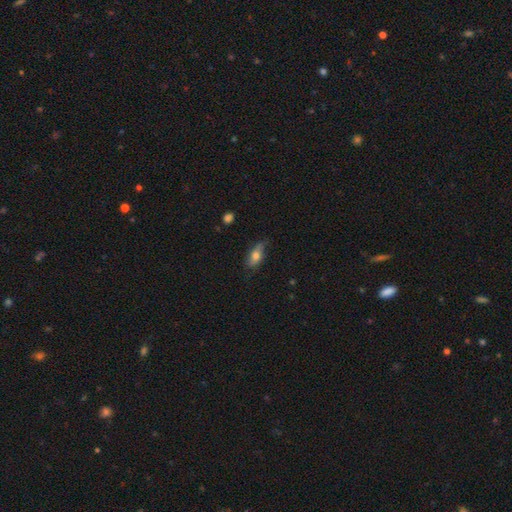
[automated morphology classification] A smooth galaxy with no disk features (67%) that is in between round and cigar-shaped (81%).

Vote fractions:
- Smooth or featured? smooth: 67% / featured or disk: 25% / star or artifact: 8%
- How rounded? in between: 81% / cigar-shaped: 14% / round: 5%
- Merging? none: 61% / minor disturbance: 30% / major disturbance: 7% / merger: 2%